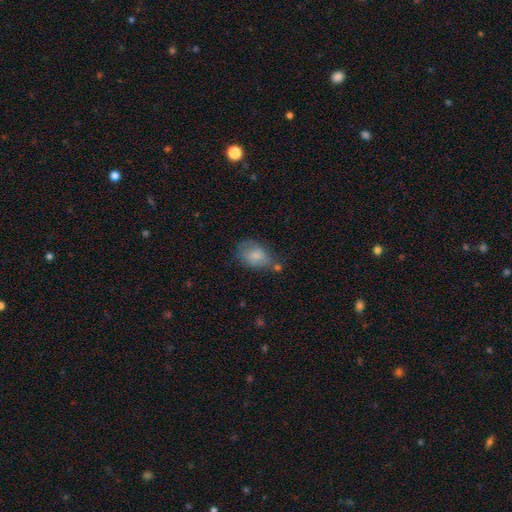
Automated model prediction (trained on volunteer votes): smooth_or_featured: smooth (p=0.72) [alt: featured or disk p=0.20]
how_rounded: in between (p=0.83) [alt: round p=0.16]
merging: none (p=0.43) [alt: minor disturbance p=0.31]